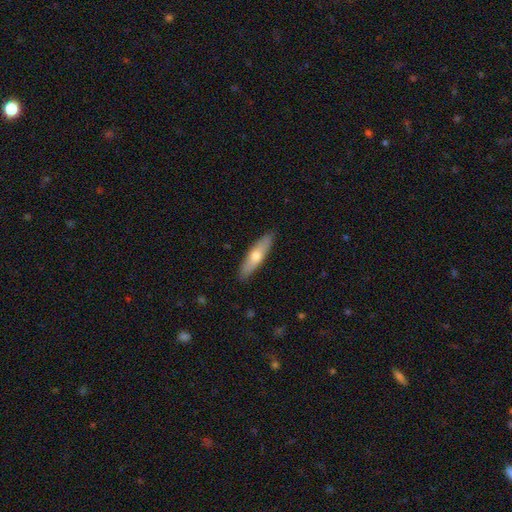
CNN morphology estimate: This appears to be a smooth galaxy with no disk features (60%) that is cigar-shaped (67%). Merging: none (89%).